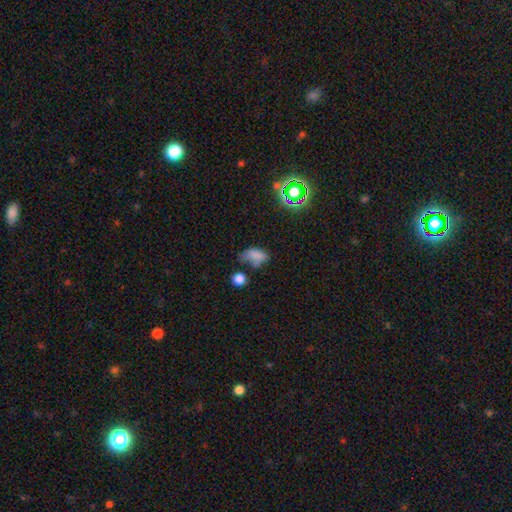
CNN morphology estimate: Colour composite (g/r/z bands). It shows a smooth galaxy with no disk features (72%) that is in between round and cigar-shaped (85%). Merging: none (35%).